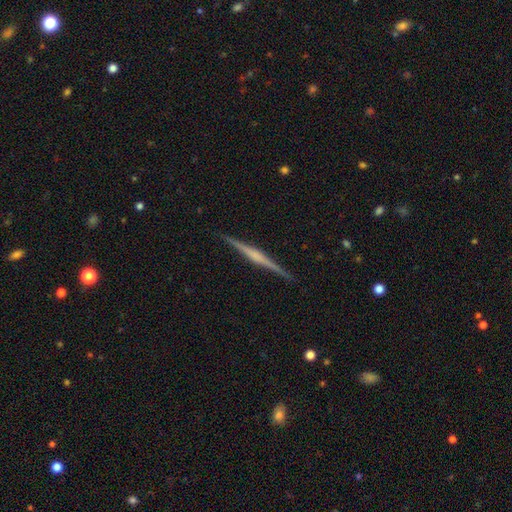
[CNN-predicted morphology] Smooth or featured? Predicted: featured or disk (p=0.79). Edge-on disk? Predicted: yes (p=0.99). Edge-on bulge? Predicted: rounded (p=0.52). Merging? Predicted: none (p=0.92).